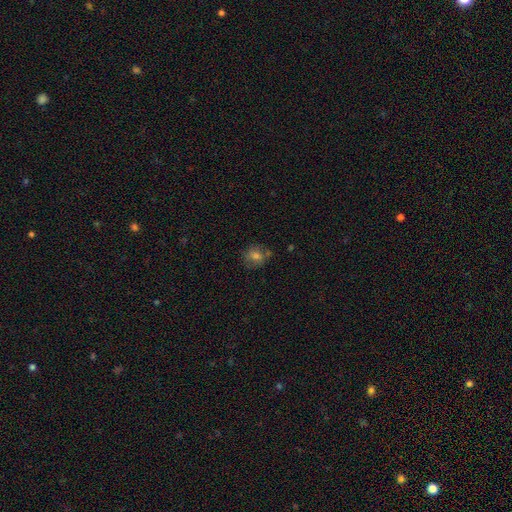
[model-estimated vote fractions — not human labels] Smooth or featured?
  - smooth: 66% *
  - star or artifact: 17%
  - featured or disk: 16%
How rounded?
  - round: 73% *
  - in between: 25%
  - cigar-shaped: 1%
Merging?
  - none: 70% *
  - minor disturbance: 16%
  - merger: 8%
  - major disturbance: 5%